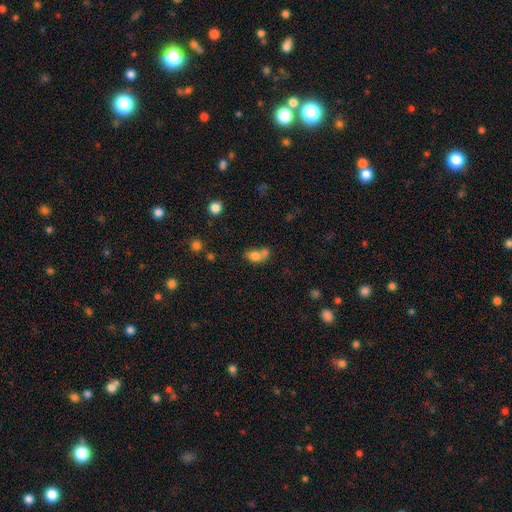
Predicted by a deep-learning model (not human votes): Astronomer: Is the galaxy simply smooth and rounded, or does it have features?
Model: smooth — 75%.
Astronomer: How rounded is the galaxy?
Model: in between — 65%.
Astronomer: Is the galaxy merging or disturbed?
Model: merger — 57%.